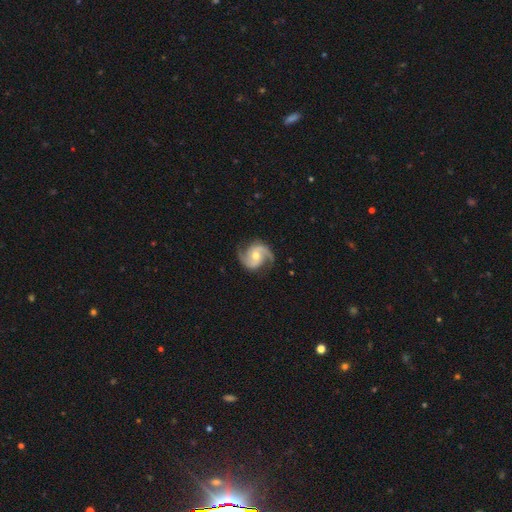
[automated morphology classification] smooth-or-featured: featured or disk: 91% | star or artifact: 5% | smooth: 4%
  disk-edge-on: no: 98% | yes: 2%
    bar: no: 56% | weak: 33% | strong: 11%
    has-spiral-arms: yes: 98% | no: 2%
      spiral-winding: medium: 58% | loose: 23% | tight: 19%
      spiral-arm-count: 2: 93% | 3: 2% | can't tell: 2% | 1: 1% | 4: 1% | more than 4: 1%
    bulge-size: moderate: 67% | small: 28% | large: 3% | none: 1% | dominant: 1%
  merging: none: 81% | minor disturbance: 13% | major disturbance: 4% | merger: 1%